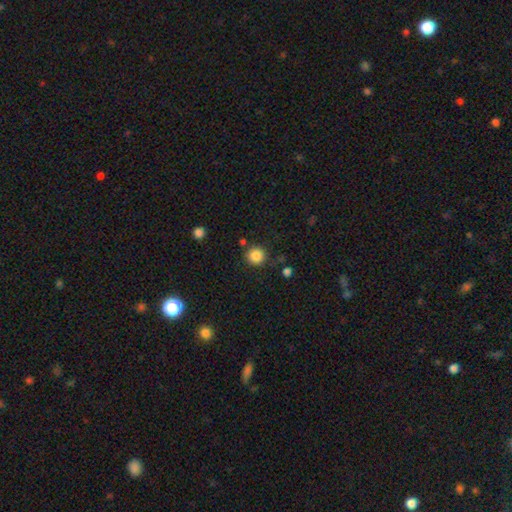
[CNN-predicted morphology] This is clearly a smooth galaxy (86%). How rounded: clearly round (93%). Merging: clearly none (82%).